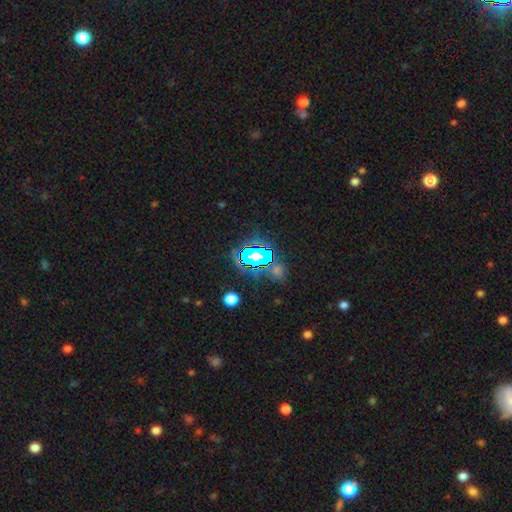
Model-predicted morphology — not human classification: This is possibly a star or artifact rather than a galaxy (56%).